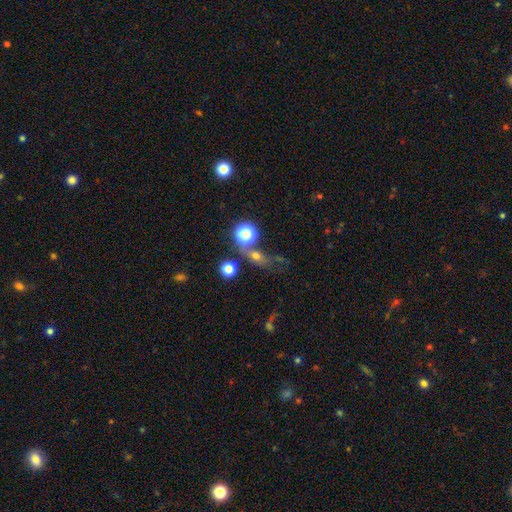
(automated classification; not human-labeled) Overall: smooth (56%; star or artifact 27%). How rounded: round (49%; in between 43%). Merging: none (46%; merger 21%).